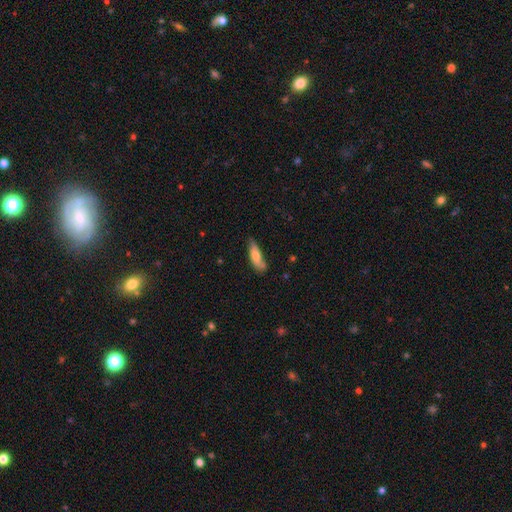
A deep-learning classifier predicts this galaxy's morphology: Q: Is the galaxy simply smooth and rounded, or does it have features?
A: smooth — 69%.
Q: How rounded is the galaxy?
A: cigar-shaped — 56%.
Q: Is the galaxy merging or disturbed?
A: none — 60%.